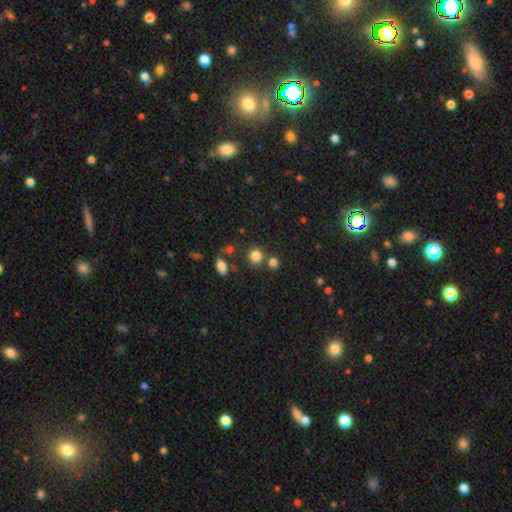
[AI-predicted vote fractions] A smooth galaxy with no disk features (81%) that is round (86%). Merging: none (72%).